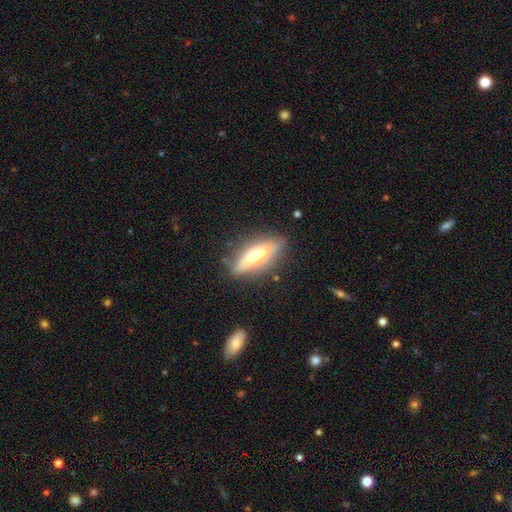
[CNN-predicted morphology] Smooth or featured? smooth (50%)
Merging? none (73%)